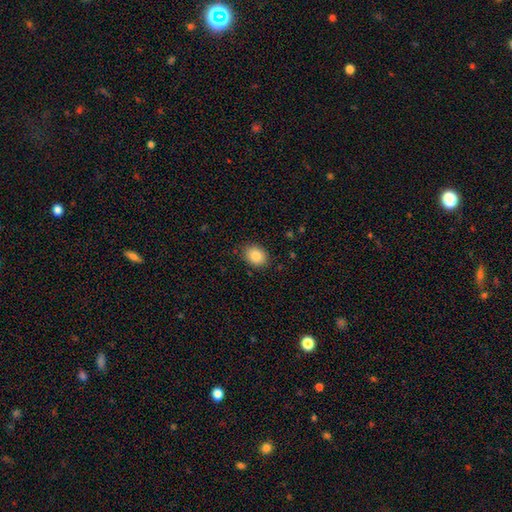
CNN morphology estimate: A smooth galaxy with no disk features (86%) that is in between round and cigar-shaped (56%).

Vote fractions:
- Smooth or featured? smooth: 86% / star or artifact: 8% / featured or disk: 6%
- How rounded? in between: 56% / round: 43% / cigar-shaped: 1%
- Merging? none: 86% / minor disturbance: 10% / major disturbance: 2% / merger: 1%